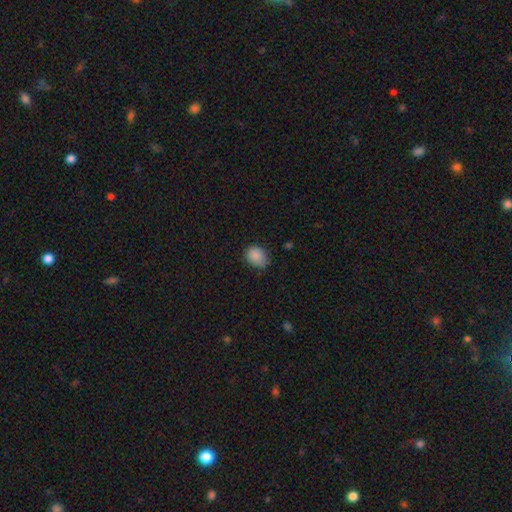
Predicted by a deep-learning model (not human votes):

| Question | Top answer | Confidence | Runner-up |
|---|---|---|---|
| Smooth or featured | smooth | 87% | star or artifact (9%) |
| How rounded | in between | 56% | round (43%) |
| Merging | none | 69% | minor disturbance (25%) |